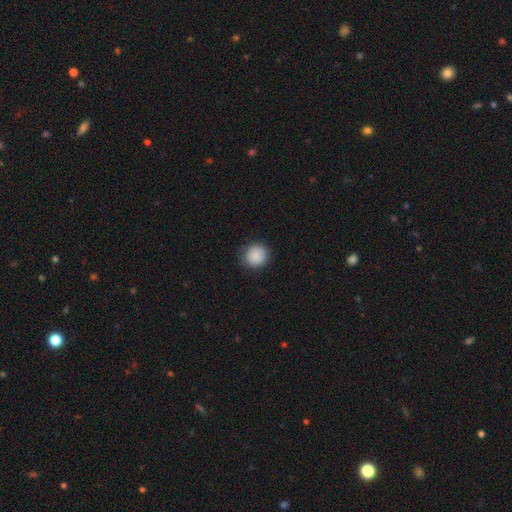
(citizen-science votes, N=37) smooth 97%, star or artifact 3%, featured or disk 0%. Down the decision tree: how rounded — round (94%); merging — none (92%).